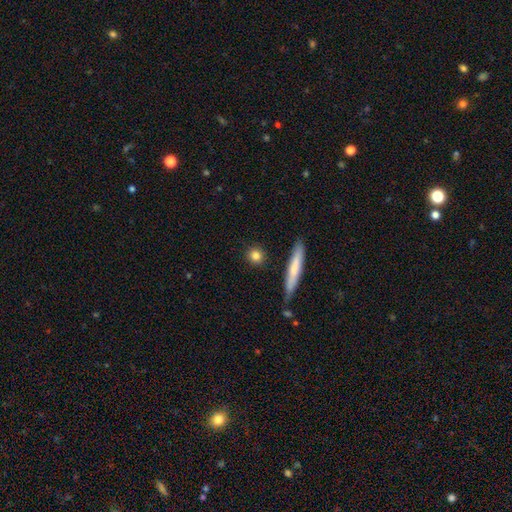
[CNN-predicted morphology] This appears to be a smooth galaxy with no disk features (81%) that is round (72%). Merging: none (87%).